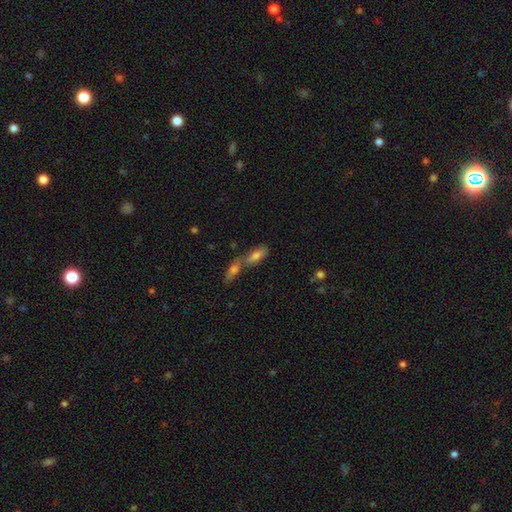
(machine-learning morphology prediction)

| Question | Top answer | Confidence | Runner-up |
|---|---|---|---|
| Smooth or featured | smooth | 72% | featured or disk (19%) |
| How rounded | in between | 70% | cigar-shaped (26%) |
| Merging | merger | 61% | none (28%) |